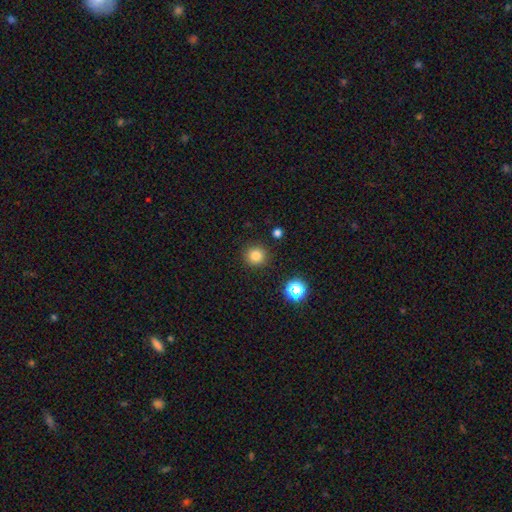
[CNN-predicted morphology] Q: Smooth or featured?
A: smooth (81%); runner-up: star or artifact (13%)
Q: How rounded?
A: round (94%); runner-up: in between (5%)
Q: Merging?
A: none (90%); runner-up: minor disturbance (6%)